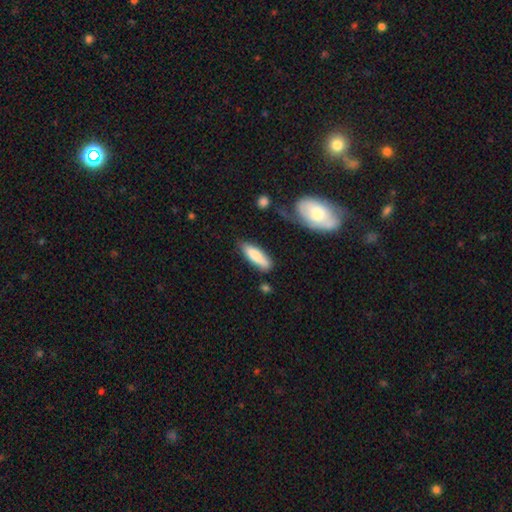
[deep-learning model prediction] smooth-or-featured: smooth: 82% | featured or disk: 13% | star or artifact: 6%
  how-rounded: cigar-shaped: 55% | in between: 43% | round: 2%
  merging: none: 71% | minor disturbance: 19% | merger: 5% | major disturbance: 5%